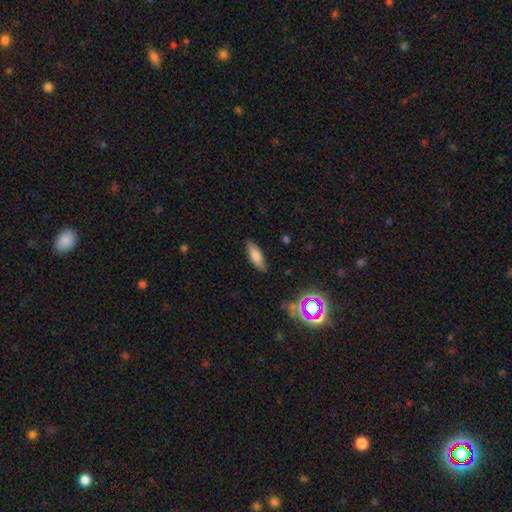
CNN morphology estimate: A smooth galaxy with no disk features (77%) that is in between round and cigar-shaped (63%).

Vote fractions:
- Smooth or featured? smooth: 77% / featured or disk: 14% / star or artifact: 8%
- How rounded? in between: 63% / cigar-shaped: 35% / round: 2%
- Merging? none: 84% / minor disturbance: 12% / major disturbance: 3% / merger: 1%